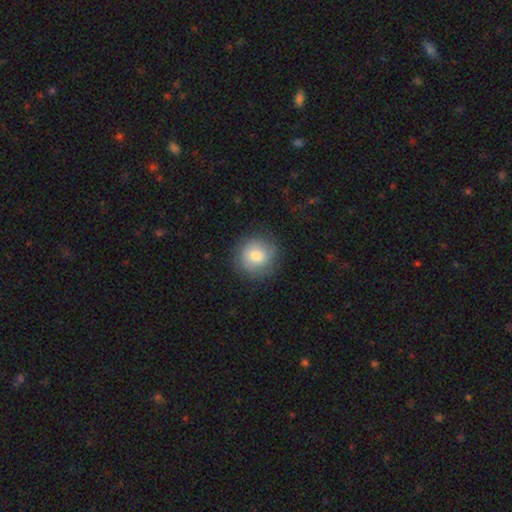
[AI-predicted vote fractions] Morphology: type=smooth (76%); roundness=round (92%); merging=none (81%).